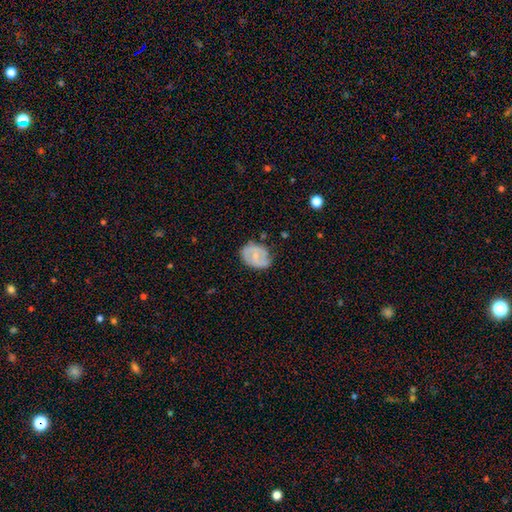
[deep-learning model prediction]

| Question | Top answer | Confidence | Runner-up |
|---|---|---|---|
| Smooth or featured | featured or disk | 56% | smooth (38%) |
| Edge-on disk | no | 97% | yes (3%) |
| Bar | no | 47% | weak (43%) |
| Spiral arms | yes | 75% | no (25%) |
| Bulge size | small | 60% | moderate (30%) |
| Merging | none | 65% | minor disturbance (26%) |